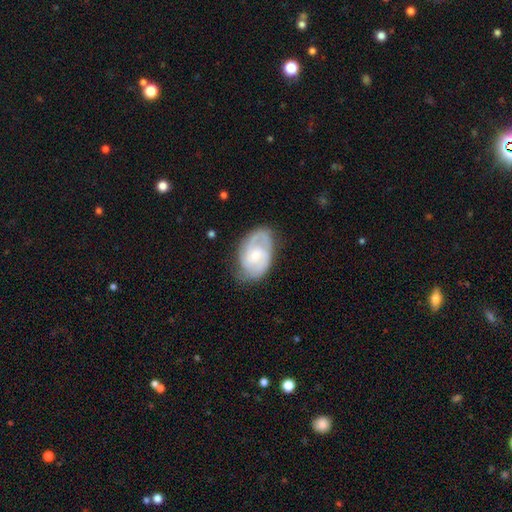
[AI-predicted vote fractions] The model was most divided on "spiral winding": medium: 46%, tight: 43%, loose: 11%. More confident: edge-on disk — no (97%); spiral arms — yes (95%); smooth or featured — featured or disk (79%); merging — none (72%); spiral arm count — 2 (66%); bulge size — small (53%); bar — no (50%).